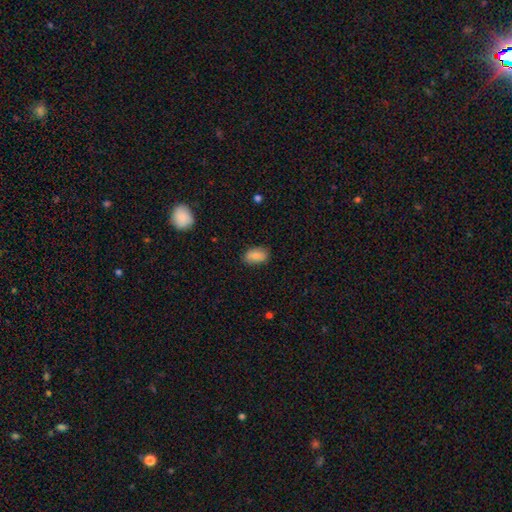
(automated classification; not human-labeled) Smooth or featured? smooth (85%)
How rounded? in between (90%)
Merging? none (82%)